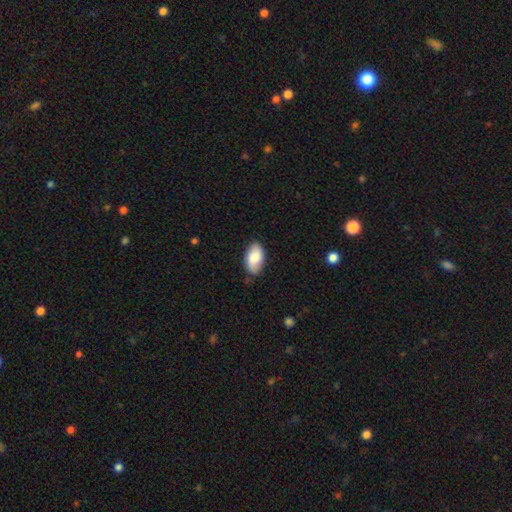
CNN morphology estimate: A smooth galaxy with no disk features (79%) that is in between round and cigar-shaped (94%). Merging: none (80%).